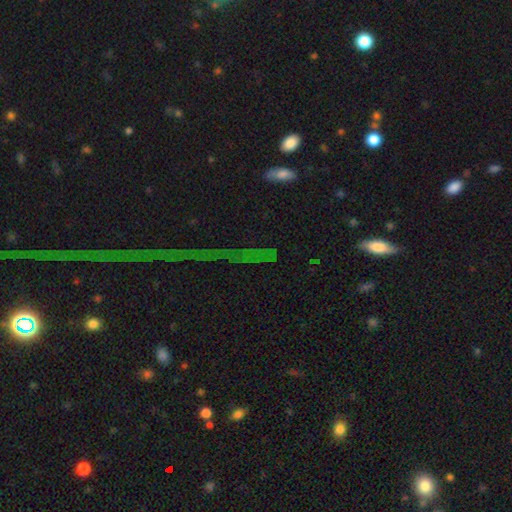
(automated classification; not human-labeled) Morphology: type=star or artifact (56%).